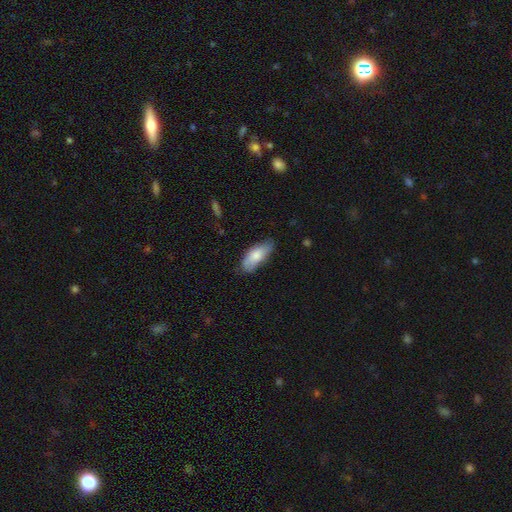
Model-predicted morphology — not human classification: Smooth or featured?
  - smooth: 78% *
  - featured or disk: 16%
  - star or artifact: 6%
How rounded?
  - in between: 81% *
  - cigar-shaped: 17%
  - round: 2%
Merging?
  - none: 64% *
  - minor disturbance: 29%
  - major disturbance: 6%
  - merger: 2%